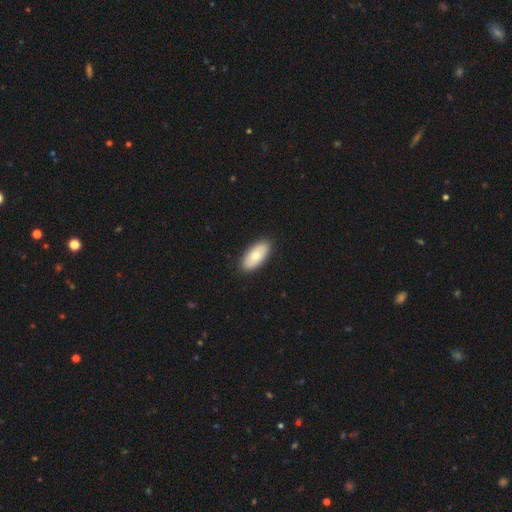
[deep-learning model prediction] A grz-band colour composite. It shows a smooth galaxy with no disk features (75%) that is in between round and cigar-shaped (92%). Merging: none (90%).